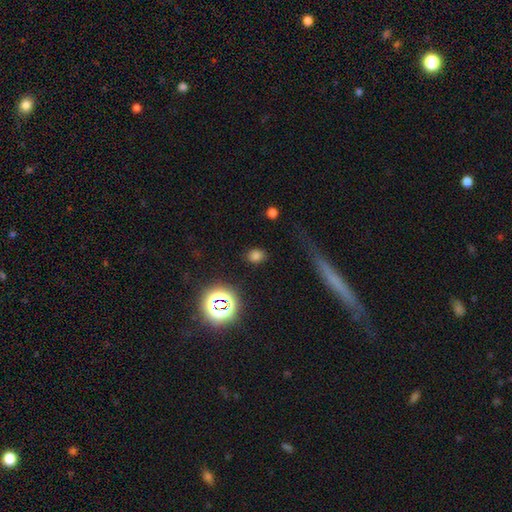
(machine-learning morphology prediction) This appears to be a smooth galaxy with no disk features (70%) that is in between round and cigar-shaped (53%). Merging: none (82%).